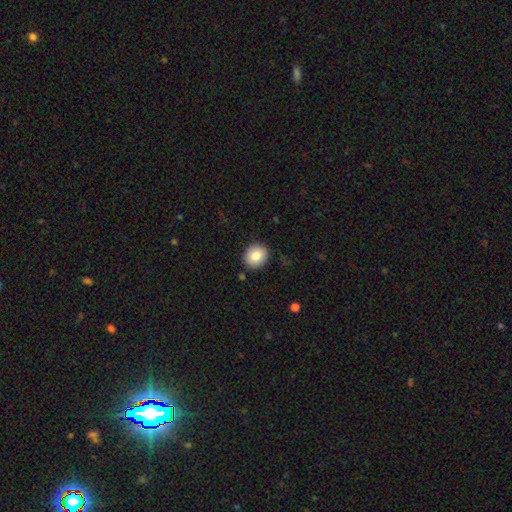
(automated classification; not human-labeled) Q: Smooth or featured?
A: smooth (84%); runner-up: star or artifact (8%)
Q: How rounded?
A: round (71%); runner-up: in between (29%)
Q: Merging?
A: none (89%); runner-up: minor disturbance (8%)